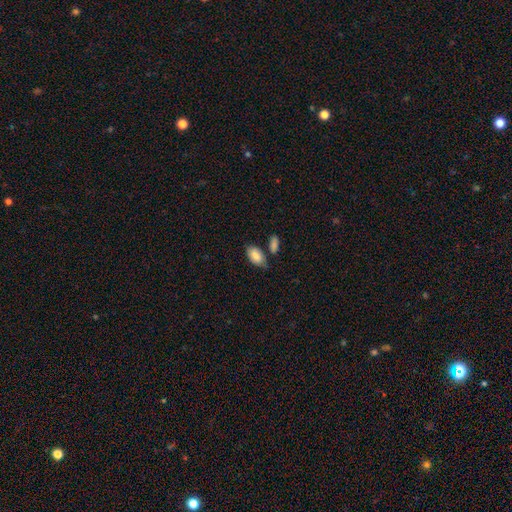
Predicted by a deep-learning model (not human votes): Smooth or featured: smooth — 82% (featured or disk — 12%)
How rounded: in between — 94% (round — 4%)
Merging: none — 59% (minor disturbance — 22%)